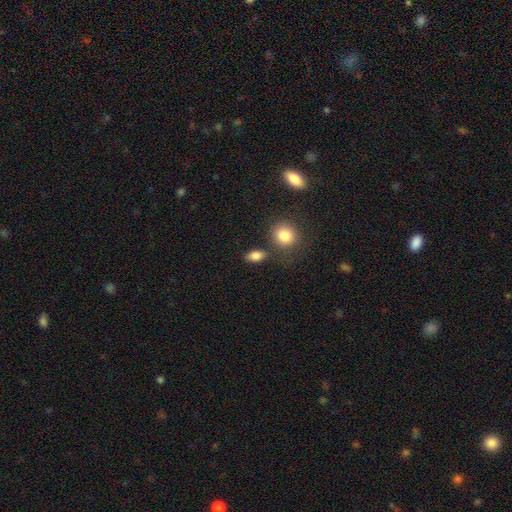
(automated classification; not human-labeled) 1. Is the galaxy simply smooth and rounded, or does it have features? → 83% smooth, 10% star or artifact, 7% featured or disk.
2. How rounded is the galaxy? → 80% in between, 16% round, 4% cigar-shaped.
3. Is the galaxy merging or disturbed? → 75% none, 12% minor disturbance, 9% merger, 4% major disturbance.